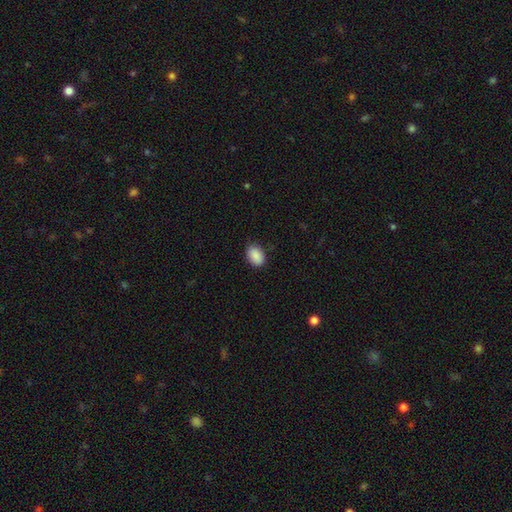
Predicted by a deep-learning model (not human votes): Morphology: type=smooth (89%); roundness=in between (81%); merging=none (82%).